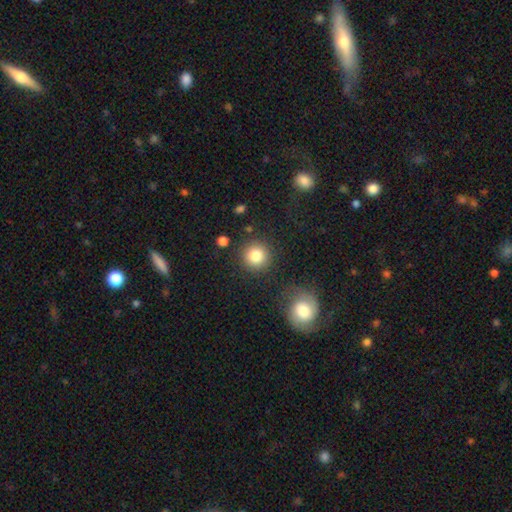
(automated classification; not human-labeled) The model was most divided on "smooth or featured": smooth: 83%, star or artifact: 10%, featured or disk: 7%. More confident: how rounded — round (93%); merging — none (85%).